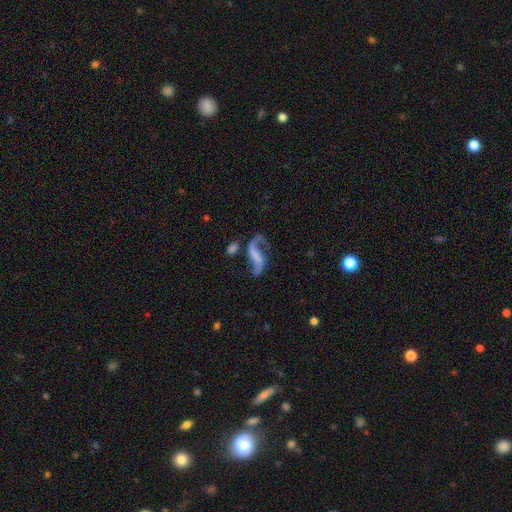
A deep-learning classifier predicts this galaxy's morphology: The model was most divided on "bar": strong: 35%, weak: 34%, no: 31%. More confident: edge-on disk — no (96%); spiral arms — yes (92%); spiral winding — loose (86%); spiral arm count — 2 (85%); smooth or featured — featured or disk (82%); bulge size — none (64%); merging — none (55%).